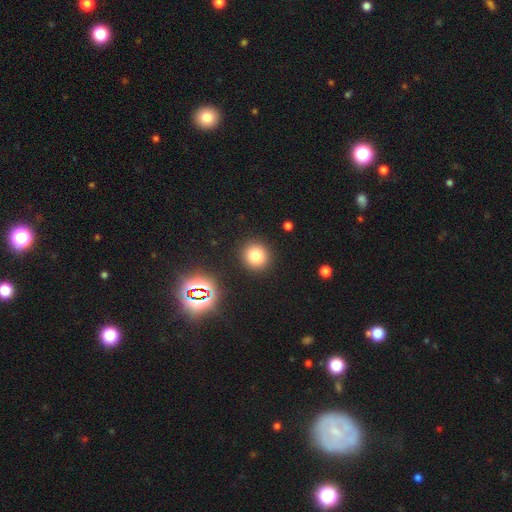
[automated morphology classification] type=smooth (79%); roundness=round (88%); merging=none (89%).